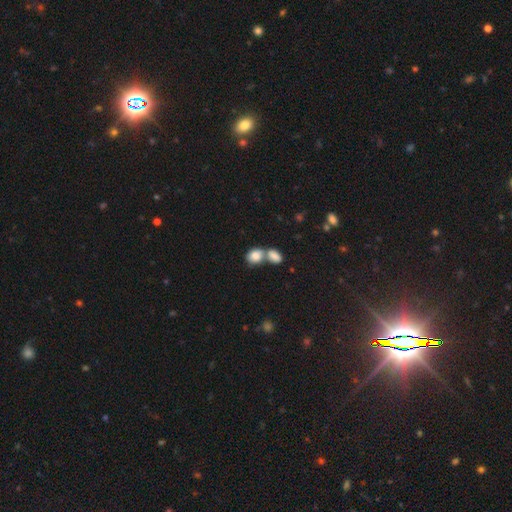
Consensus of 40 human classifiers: This is clearly a smooth galaxy (82%). How rounded: possibly in between (58%). Merging: likely merger (79%).